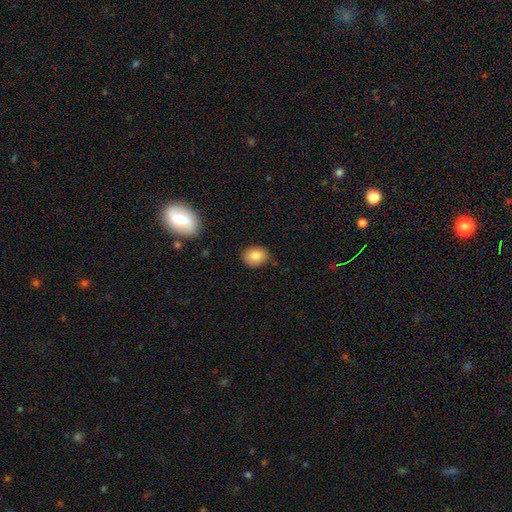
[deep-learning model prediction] A smooth galaxy with no disk features (82%) that is in between round and cigar-shaped (54%).

Vote fractions:
- Smooth or featured? smooth: 82% / featured or disk: 9% / star or artifact: 9%
- How rounded? in between: 54% / round: 45% / cigar-shaped: 1%
- Merging? none: 82% / minor disturbance: 14% / major disturbance: 2% / merger: 1%